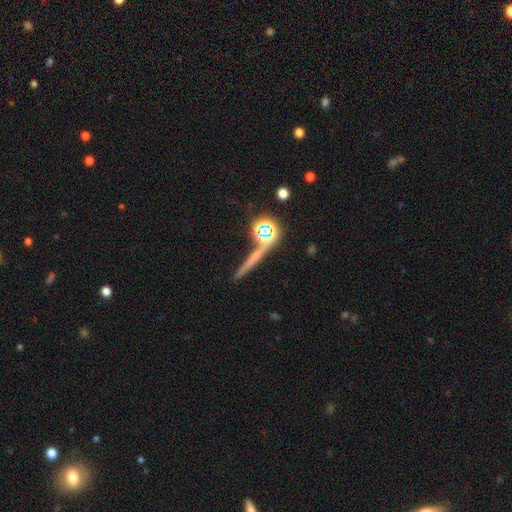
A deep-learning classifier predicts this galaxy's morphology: This appears to be a star or artifact, not a galaxy (35%).